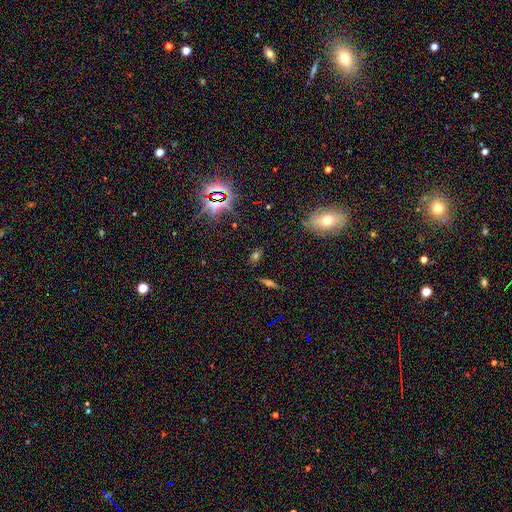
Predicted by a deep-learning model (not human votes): This is possibly a smooth galaxy (49%). Merging: clearly none (82%).